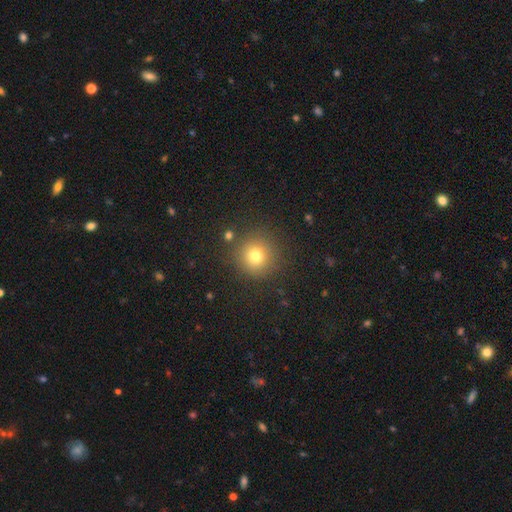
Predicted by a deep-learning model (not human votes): Smooth or featured? Predicted: smooth (p=0.76). How rounded? Predicted: round (p=0.94). Merging? Predicted: none (p=0.87).